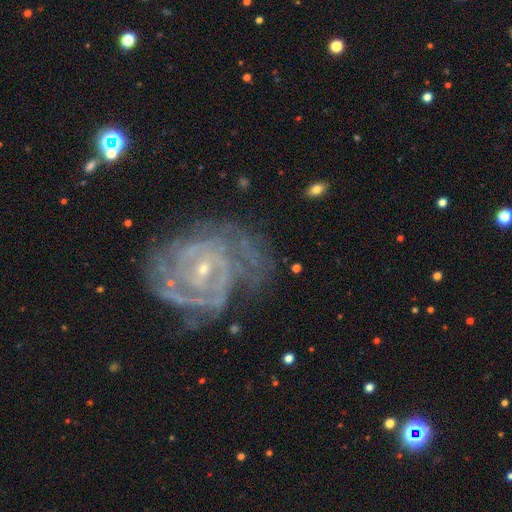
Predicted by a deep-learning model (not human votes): A featured or disk galaxy (85%) with no bar (43%), can't tell (26%, tied with 2) tight (73%) spiral arms (96%) and a small central bulge (81%). Merging: none (69%).